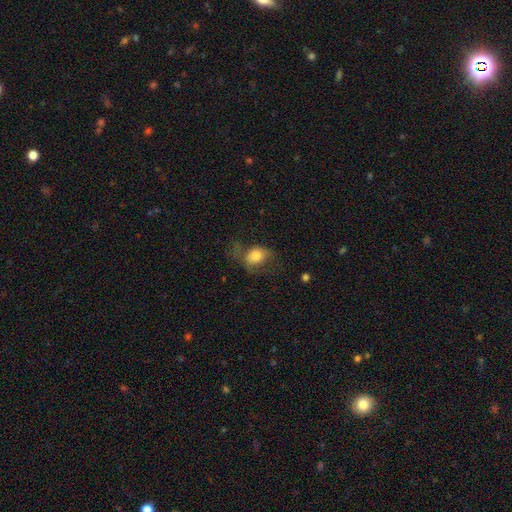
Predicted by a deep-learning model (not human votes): Overall: smooth (73%). How rounded: in between (58%; round 40%). Merging: major disturbance (36%; none 34%).